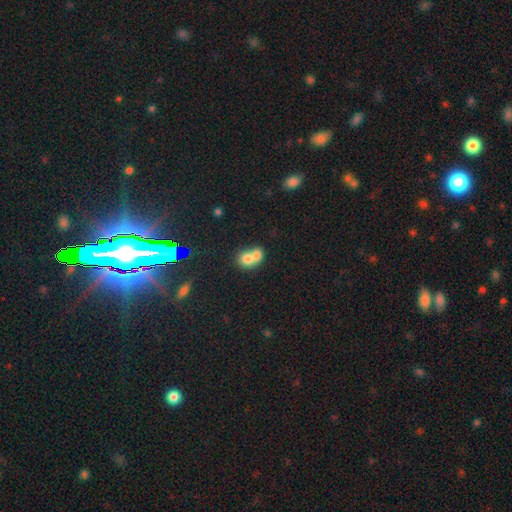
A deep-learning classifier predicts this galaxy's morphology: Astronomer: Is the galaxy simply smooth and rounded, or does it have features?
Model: smooth — 72%.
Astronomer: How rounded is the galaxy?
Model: round — 60% (runner-up: in between, 39%).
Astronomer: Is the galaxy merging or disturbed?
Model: merger — 75%.